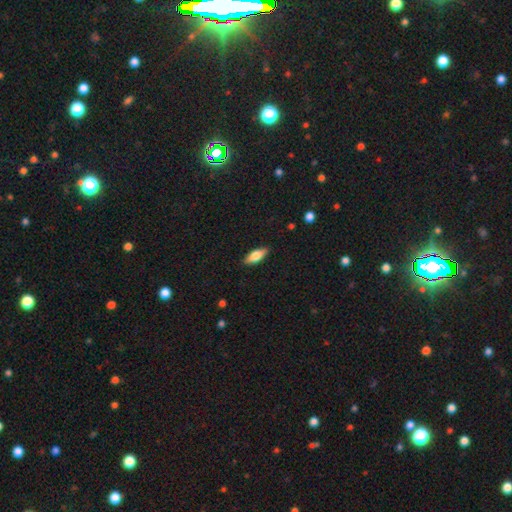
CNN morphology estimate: Smooth or featured: smooth — 71% (featured or disk — 23%)
How rounded: in between — 70% (cigar-shaped — 27%)
Merging: none — 87% (minor disturbance — 10%)